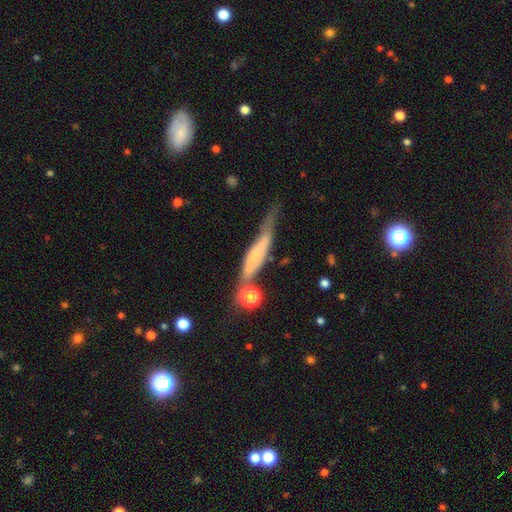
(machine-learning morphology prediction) type=featured or disk (46%); merging=none (42%).